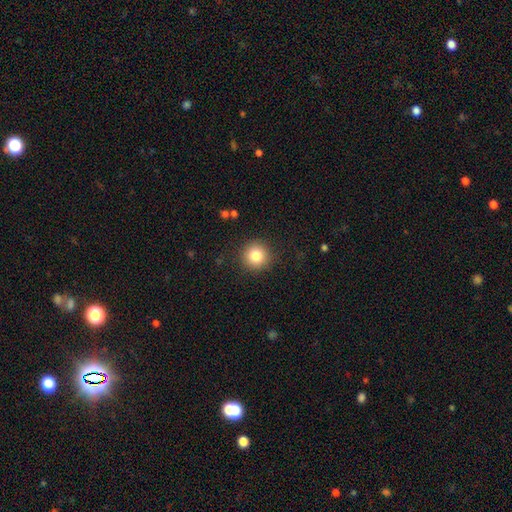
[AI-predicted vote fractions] This appears to be a smooth galaxy with no disk features (83%) that is round (95%). Merging: none (90%).